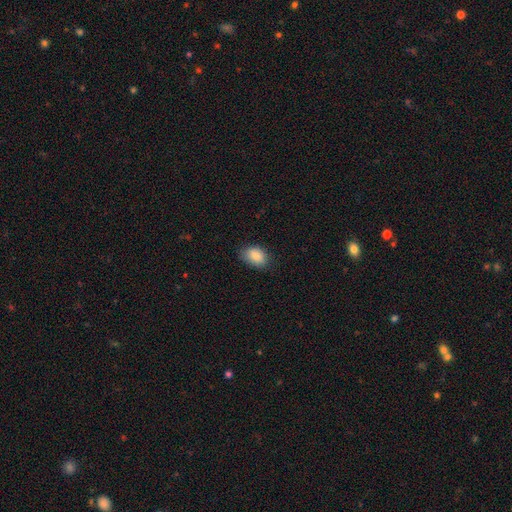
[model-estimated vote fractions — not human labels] Q: Smooth or featured?
A: smooth (87%); runner-up: star or artifact (7%)
Q: How rounded?
A: in between (84%); runner-up: round (15%)
Q: Merging?
A: none (77%); runner-up: minor disturbance (18%)